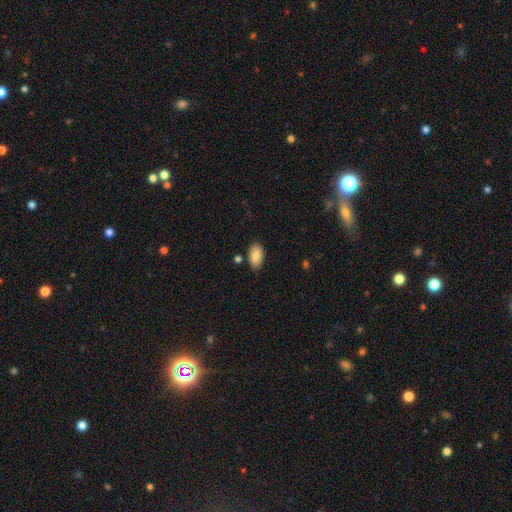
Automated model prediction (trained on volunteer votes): Smooth or featured: smooth — 87% (star or artifact — 7%)
How rounded: in between — 94% (round — 4%)
Merging: none — 82% (minor disturbance — 11%)